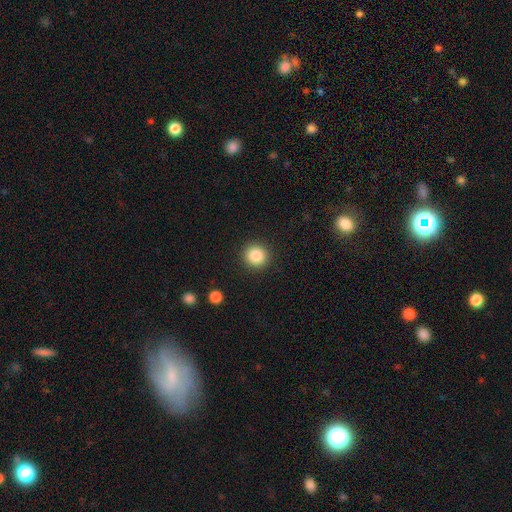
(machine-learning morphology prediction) smooth 85%, star or artifact 9%, featured or disk 5%. Down the decision tree: how rounded — round (92%); merging — none (91%).